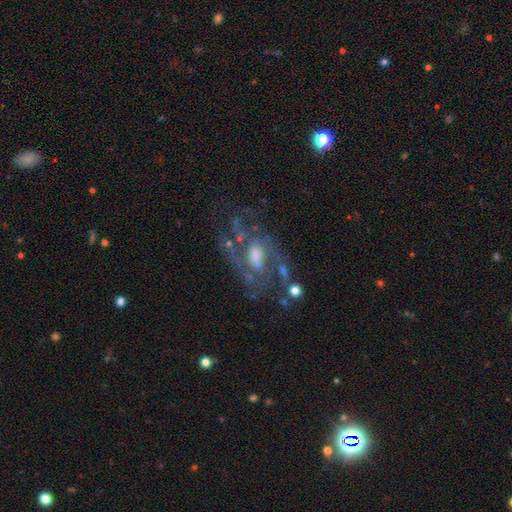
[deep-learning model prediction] smooth_or_featured: featured or disk (p=0.85) [alt: star or artifact p=0.08]
disk_edge_on: no (p=0.96) [alt: yes p=0.04]
bar: weak (p=0.45) [alt: no p=0.39]
has_spiral_arms: yes (p=0.91) [alt: no p=0.09]
spiral_winding: medium (p=0.53) [alt: loose p=0.25]
spiral_arm_count: 2 (p=0.61) [alt: can't tell p=0.16]
bulge_size: moderate (p=0.52) [alt: small p=0.23]
merging: none (p=0.60) [alt: minor disturbance p=0.18]